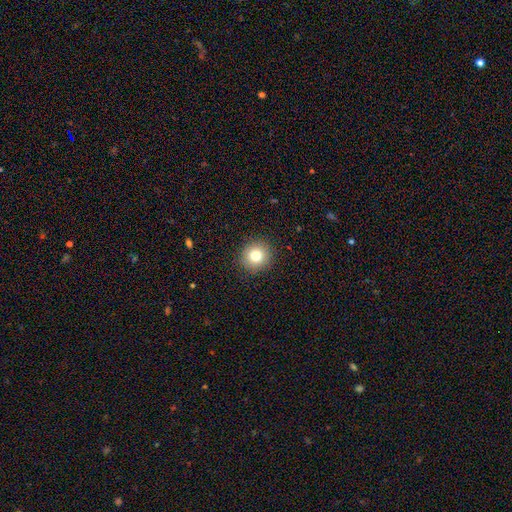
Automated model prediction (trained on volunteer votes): smooth_or_featured: smooth (p=0.79) [alt: star or artifact p=0.11]
how_rounded: round (p=0.91) [alt: in between p=0.08]
merging: none (p=0.91) [alt: minor disturbance p=0.06]